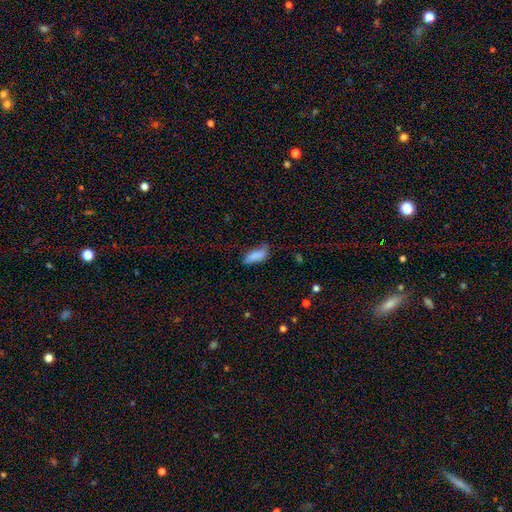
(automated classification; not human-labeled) Smooth or featured?
  - smooth: 77% *
  - featured or disk: 15%
  - star or artifact: 8%
How rounded?
  - in between: 71% *
  - cigar-shaped: 27%
  - round: 2%
Merging?
  - none: 47% *
  - minor disturbance: 35%
  - major disturbance: 14%
  - merger: 4%